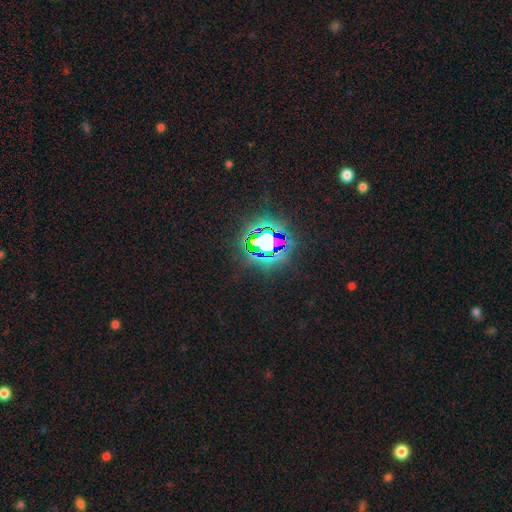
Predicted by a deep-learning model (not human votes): smooth-or-featured: star or artifact: 86% | smooth: 9% | featured or disk: 6%